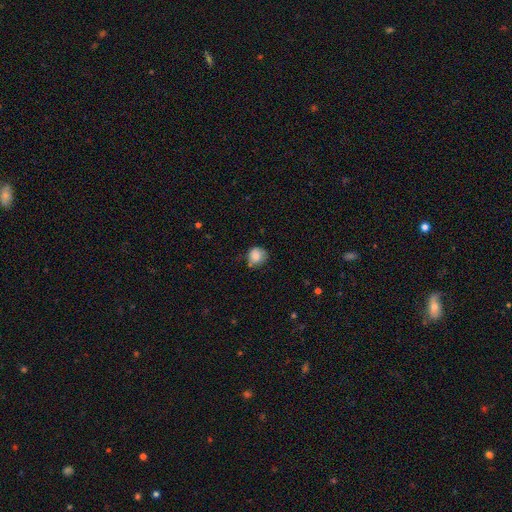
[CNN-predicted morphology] The model was most divided on "merging": none: 62%, minor disturbance: 29%, major disturbance: 6%, merger: 4%. More confident: how rounded — round (84%); smooth or featured — smooth (82%).